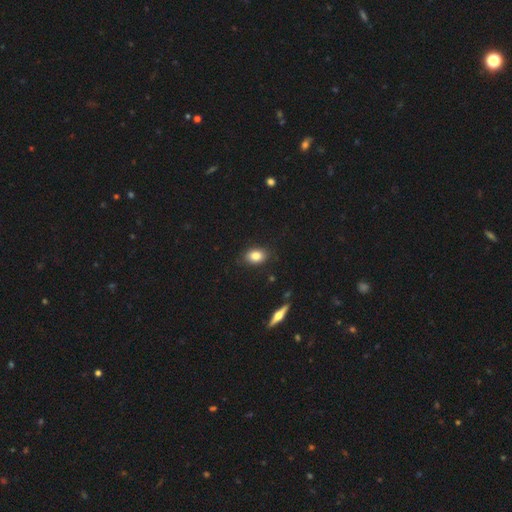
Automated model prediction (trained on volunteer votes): Smooth or featured?
  - smooth: 82% *
  - featured or disk: 10%
  - star or artifact: 9%
How rounded?
  - in between: 77% *
  - round: 20%
  - cigar-shaped: 2%
Merging?
  - none: 87% *
  - minor disturbance: 10%
  - major disturbance: 2%
  - merger: 1%